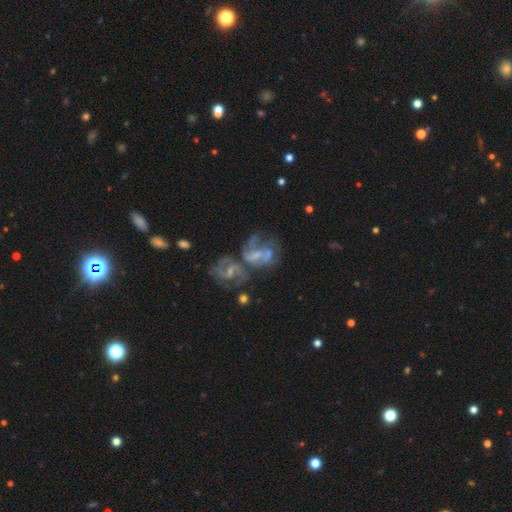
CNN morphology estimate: Overall: featured or disk (73%). Edge-on disk: no (97%). Bar: weak (42%; no 41%). Spiral arms: yes (73%). Spiral arm count: 2 (45%; can't tell 32%). Spiral winding: medium (47%; tight 27%). Bulge size: small (47%; moderate 28%). Merging: merger (58%; none 20%).